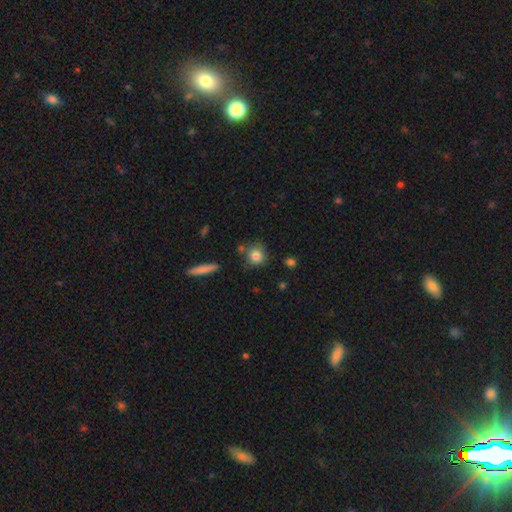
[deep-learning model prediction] Smooth or featured? Predicted: smooth (p=0.83). How rounded? Predicted: round (p=0.87). Merging? Predicted: none (p=0.75).